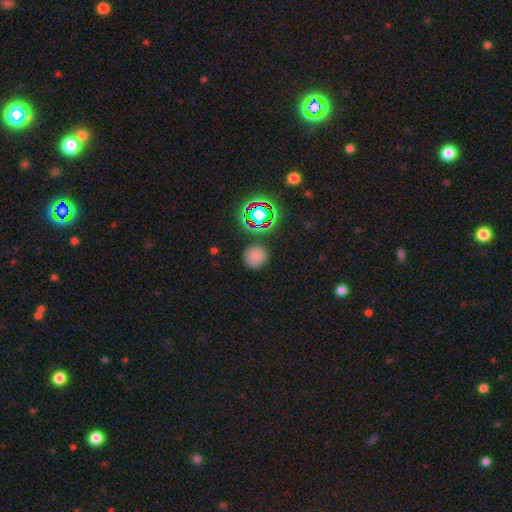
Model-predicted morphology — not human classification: This appears to be a smooth galaxy with no disk features (70%) that is round (91%). Merging: none (83%).